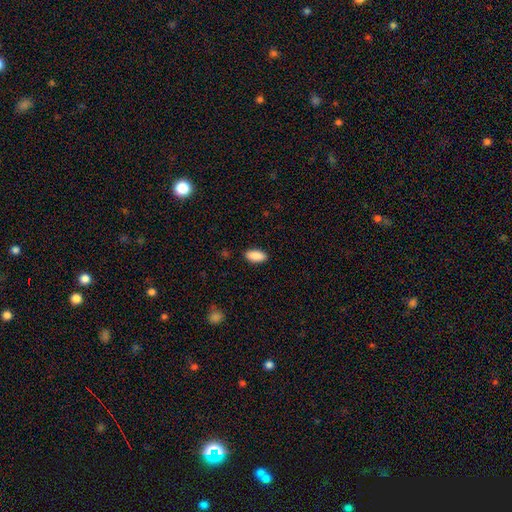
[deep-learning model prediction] A smooth galaxy with no disk features (90%) that is in between round and cigar-shaped (90%). Merging: none (88%).